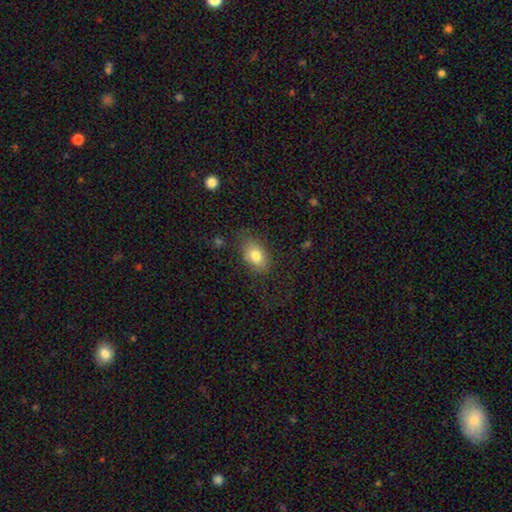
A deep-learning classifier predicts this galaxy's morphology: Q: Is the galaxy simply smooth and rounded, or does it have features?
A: smooth — 80%.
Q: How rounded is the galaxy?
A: in between — 84%.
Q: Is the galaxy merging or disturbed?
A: none — 75%.